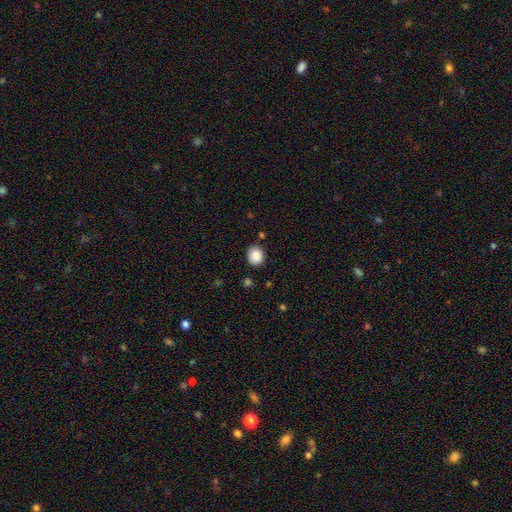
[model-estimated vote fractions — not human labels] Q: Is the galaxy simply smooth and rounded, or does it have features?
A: smooth — 88%.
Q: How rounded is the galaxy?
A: round — 64%.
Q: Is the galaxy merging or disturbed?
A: none — 85%.